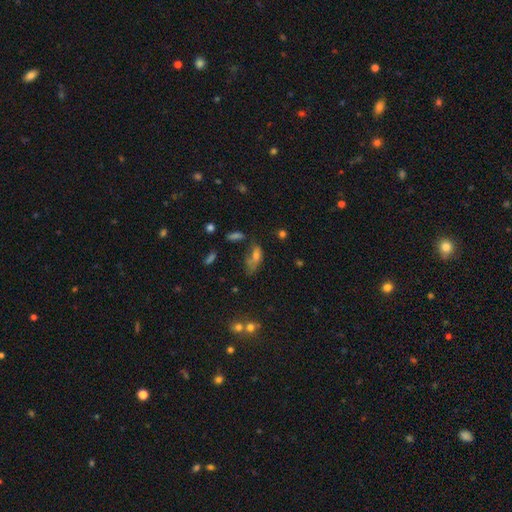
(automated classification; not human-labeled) Smooth or featured: smooth — 58% (featured or disk — 21%)
How rounded: in between — 71% (cigar-shaped — 21%)
Merging: none — 36% (minor disturbance — 24%)